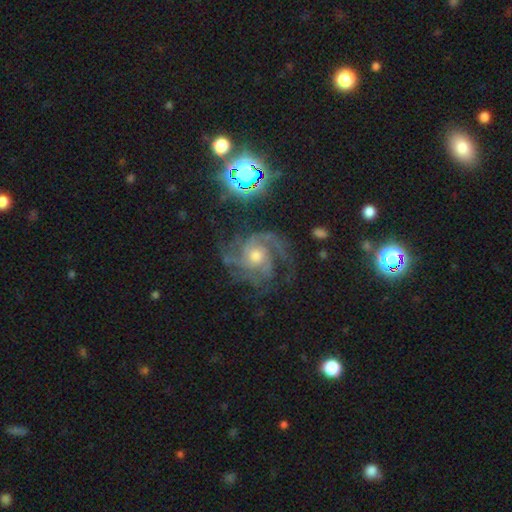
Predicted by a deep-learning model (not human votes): Smooth or featured? featured or disk (83%)
Edge-on disk? no (98%)
Bar? no (75%)
Spiral arms? yes (96%)
Spiral winding? medium (47%)
Spiral arm count? 3 (36%)
Bulge size? moderate (64%)
Merging? none (63%)